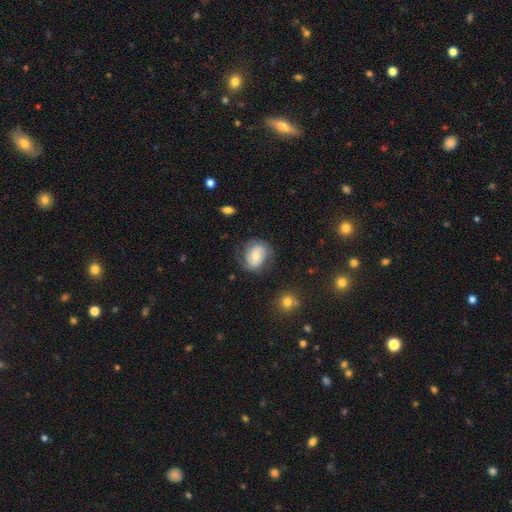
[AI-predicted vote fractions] Smooth or featured? featured or disk (57%)
Edge-on disk? no (97%)
Bar? no (50%)
Spiral arms? yes (83%)
Bulge size? moderate (64%)
Merging? none (68%)